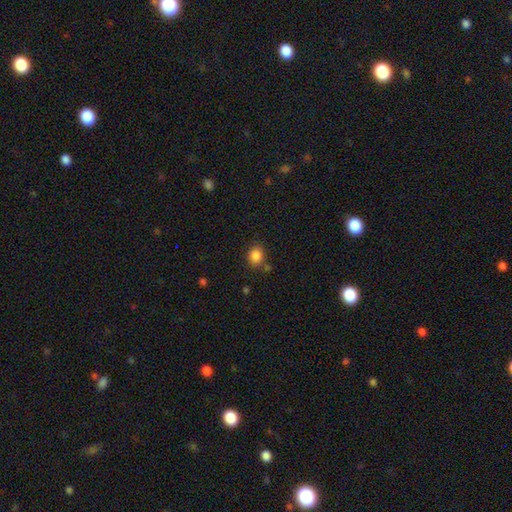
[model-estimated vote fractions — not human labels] Overall: smooth (86%). How rounded: round (61%; in between 38%). Merging: none (76%).